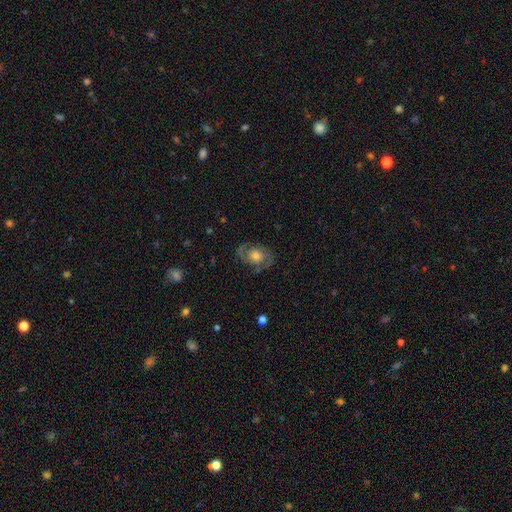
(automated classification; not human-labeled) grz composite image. It shows a featured or disk galaxy (74%) with no bar (76%), 2 (87%) medium (49%) spiral arms (86%) and a moderate central bulge (57%). Merging: none (79%).